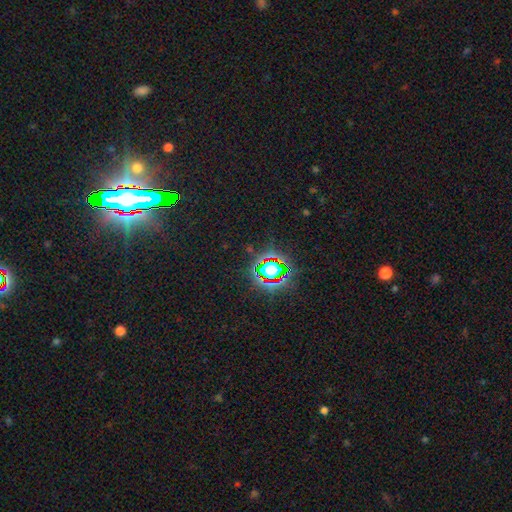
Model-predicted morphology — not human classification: Overall: star or artifact (85%).